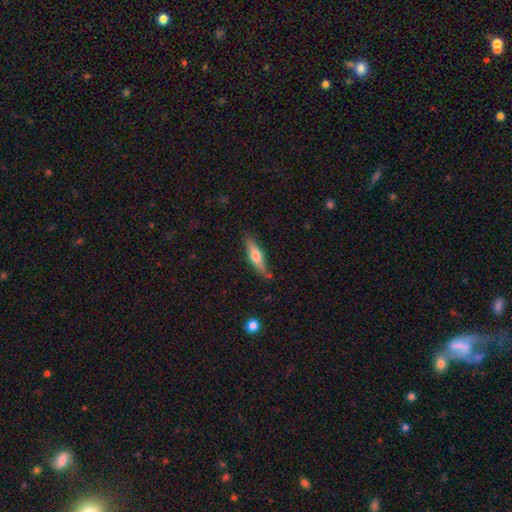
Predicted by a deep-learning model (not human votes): Overall: smooth (57%; featured or disk 38%). How rounded: cigar-shaped (72%). Merging: none (74%).